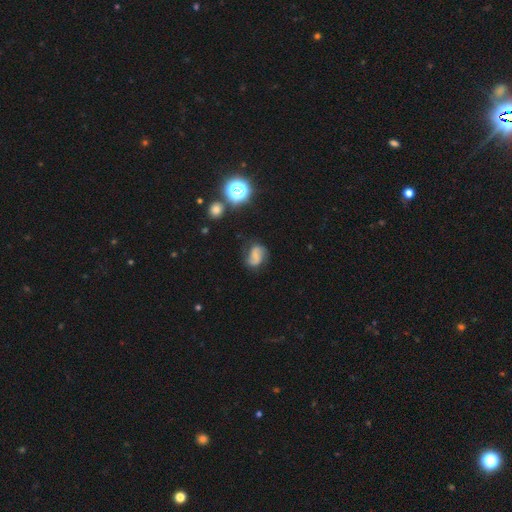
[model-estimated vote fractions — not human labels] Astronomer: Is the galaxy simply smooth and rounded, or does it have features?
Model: featured or disk — 60%.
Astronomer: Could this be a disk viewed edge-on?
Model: no — 97%.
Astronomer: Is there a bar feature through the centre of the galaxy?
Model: weak — 40% (runner-up: no, 37%).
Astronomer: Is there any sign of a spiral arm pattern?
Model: yes — 89%.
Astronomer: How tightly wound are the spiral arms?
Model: loose — 47% (runner-up: medium, 38%).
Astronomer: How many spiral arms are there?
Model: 2 — 86%.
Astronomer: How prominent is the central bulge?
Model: none — 52% (runner-up: small, 29%).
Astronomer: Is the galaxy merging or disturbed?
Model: none — 67%.